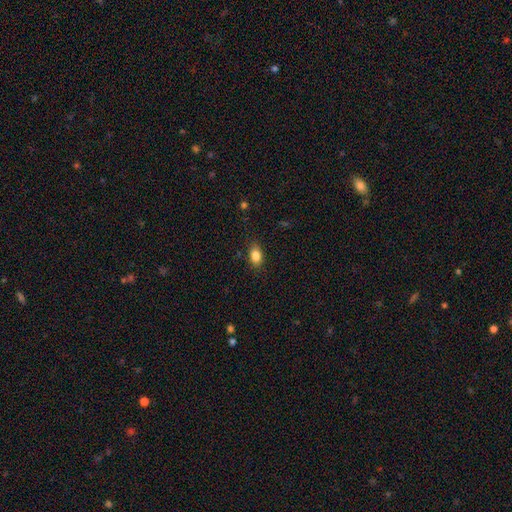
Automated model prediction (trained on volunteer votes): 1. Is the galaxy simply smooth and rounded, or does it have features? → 85% smooth, 9% star or artifact, 6% featured or disk.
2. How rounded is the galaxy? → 83% in between, 15% round, 2% cigar-shaped.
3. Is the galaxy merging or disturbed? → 84% none, 12% minor disturbance, 3% major disturbance, 1% merger.